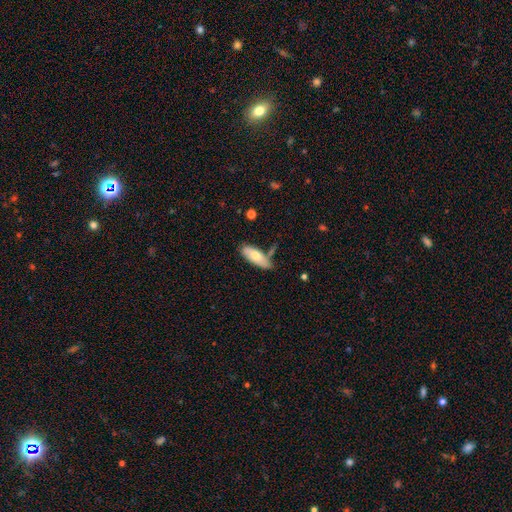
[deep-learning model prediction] Overall: smooth (69%). How rounded: in between (77%). Merging: none (64%).